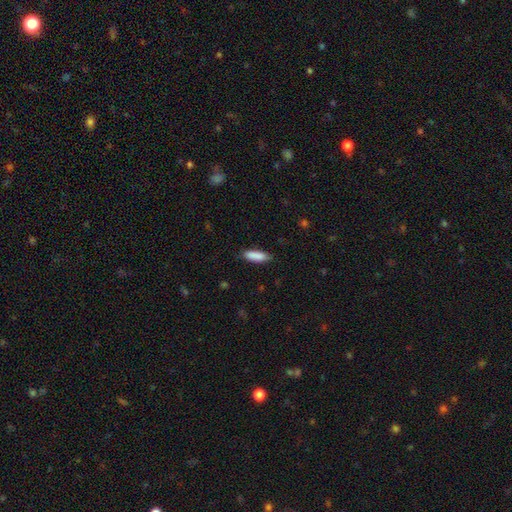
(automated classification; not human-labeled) smooth-or-featured: smooth: 89% | star or artifact: 6% | featured or disk: 5%
  how-rounded: in between: 53% | cigar-shaped: 46% | round: 2%
  merging: none: 84% | minor disturbance: 13% | major disturbance: 2% | merger: 1%